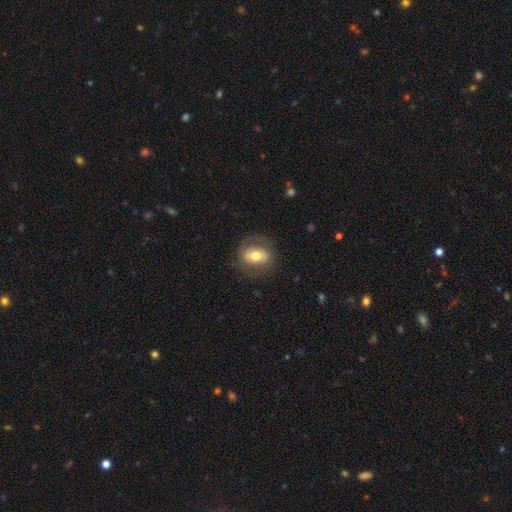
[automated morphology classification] A smooth galaxy with no disk features (56%) that is in between round and cigar-shaped (58%). Merging: none (76%).